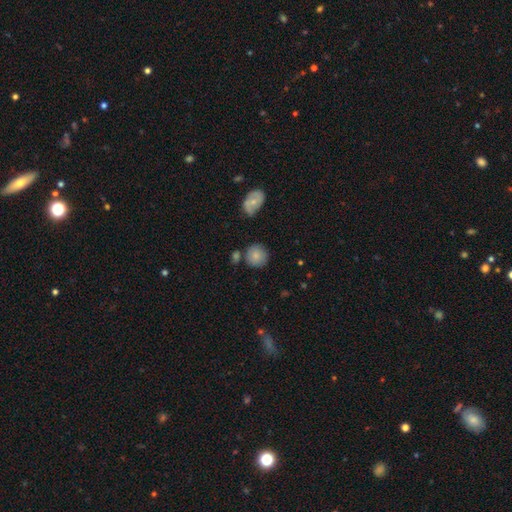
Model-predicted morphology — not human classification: smooth-or-featured: smooth: 80% | featured or disk: 11% | star or artifact: 8%
  how-rounded: round: 89% | in between: 10% | cigar-shaped: 1%
  merging: none: 73% | minor disturbance: 14% | merger: 9% | major disturbance: 3%